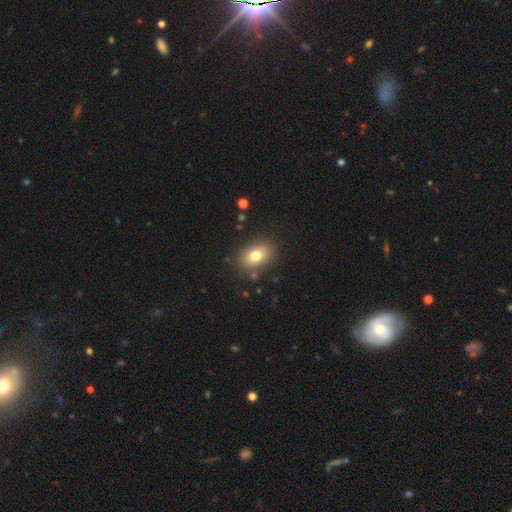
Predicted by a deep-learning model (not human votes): Smooth or featured? Predicted: smooth (p=0.78). How rounded? Predicted: in between (p=0.79). Merging? Predicted: none (p=0.84).